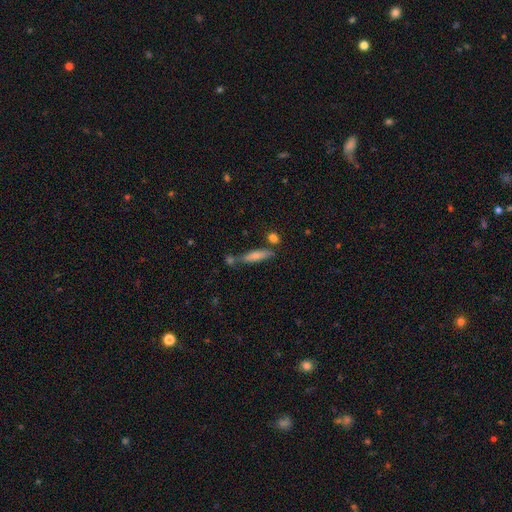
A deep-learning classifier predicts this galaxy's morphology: Overall: smooth (67%). How rounded: cigar-shaped (77%). Merging: none (63%).